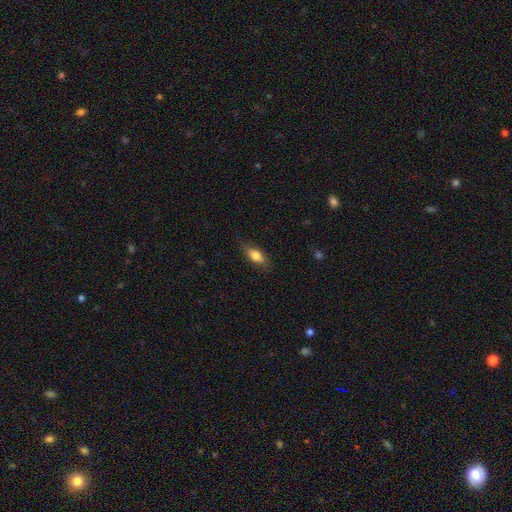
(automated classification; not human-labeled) A smooth galaxy with no disk features (78%) that is in between round and cigar-shaped (79%).

Vote fractions:
- Smooth or featured? smooth: 78% / featured or disk: 15% / star or artifact: 7%
- How rounded? in between: 79% / cigar-shaped: 17% / round: 4%
- Merging? none: 78% / minor disturbance: 17% / major disturbance: 4% / merger: 1%